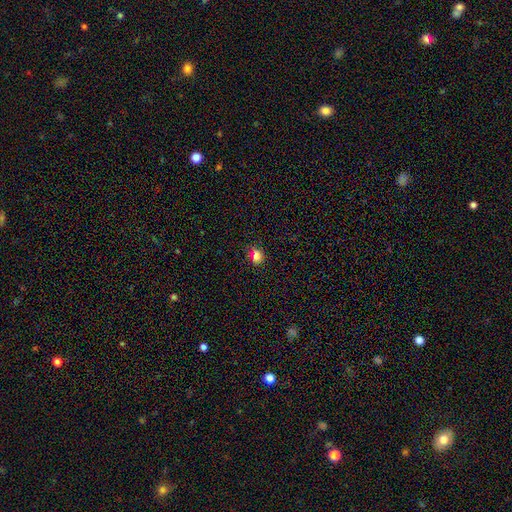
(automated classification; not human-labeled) smooth 76%, star or artifact 19%, featured or disk 6%. Down the decision tree: how rounded — round (63%); merging — none (82%).